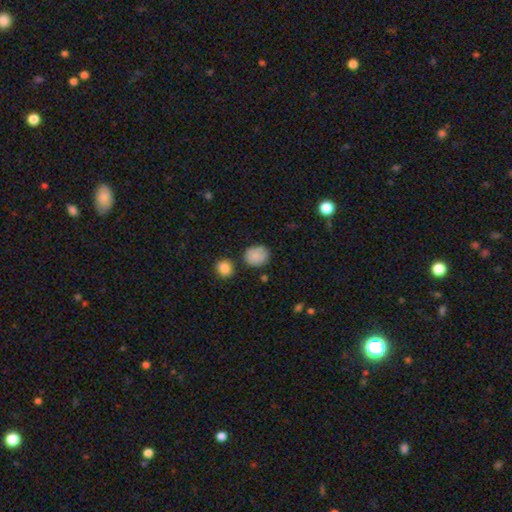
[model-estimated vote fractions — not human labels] The model was most divided on "how rounded": round: 73%, in between: 26%, cigar-shaped: 1%. More confident: smooth or featured — smooth (85%); merging — none (74%).